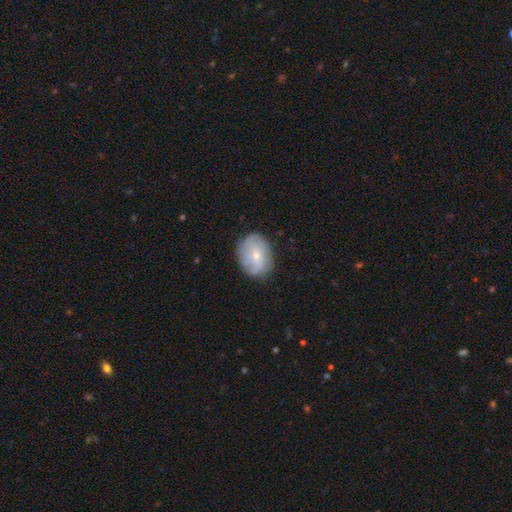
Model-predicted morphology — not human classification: A featured or disk galaxy (47%).

Vote fractions:
- Smooth or featured? featured or disk: 47% / smooth: 44% / star or artifact: 8%
- Merging? none: 78% / minor disturbance: 16% / major disturbance: 5% / merger: 1%